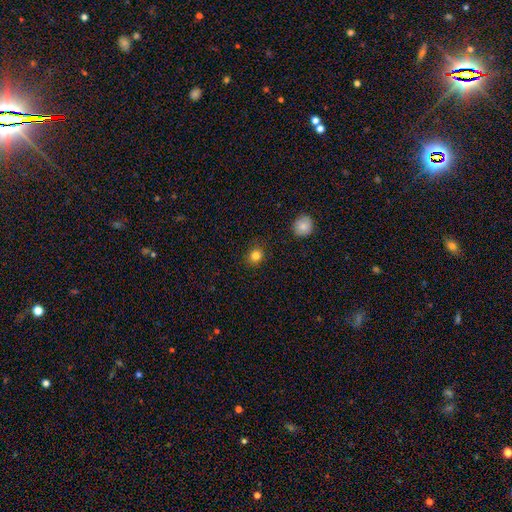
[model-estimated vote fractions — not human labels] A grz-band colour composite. It shows a smooth galaxy with no disk features (82%) that is round (79%). Merging: none (87%).